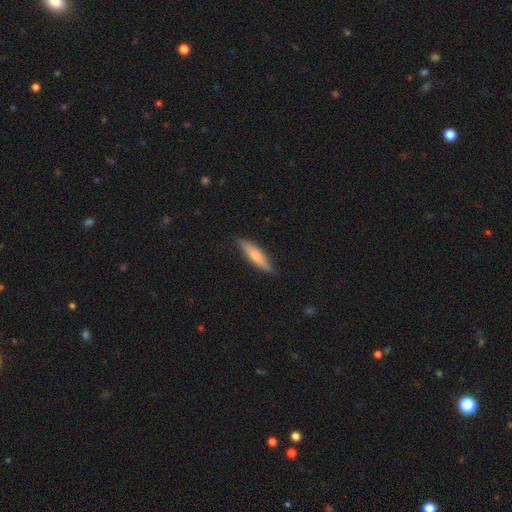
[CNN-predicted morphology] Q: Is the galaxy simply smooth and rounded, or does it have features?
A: smooth — 62%.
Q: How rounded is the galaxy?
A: cigar-shaped — 78%.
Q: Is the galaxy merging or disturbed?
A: none — 84%.